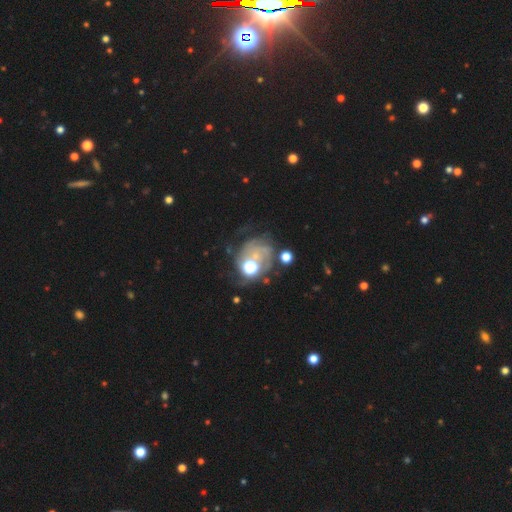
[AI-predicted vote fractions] A featured or disk galaxy (61%) with no bar (81%), spiral arms (65%) and a moderate central bulge (39%). Merging: none (39%).